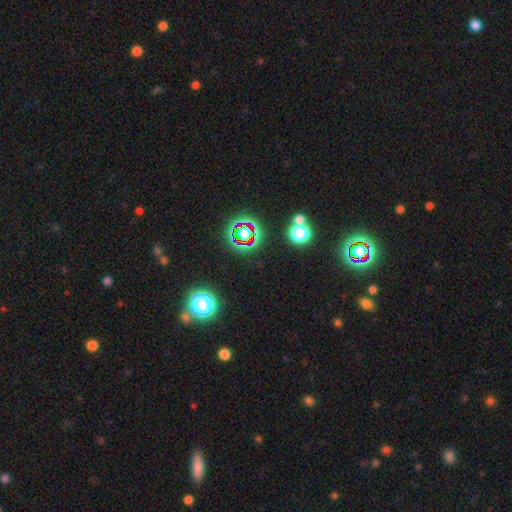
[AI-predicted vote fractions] This appears to be a star or artifact, not a galaxy (68%).